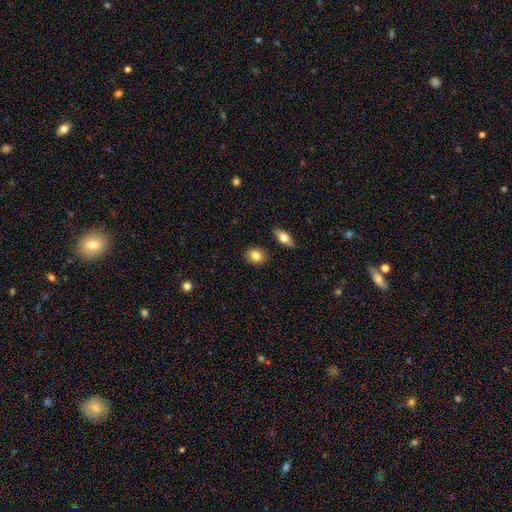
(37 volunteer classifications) Smooth or featured? 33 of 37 (89%) said smooth. How rounded? 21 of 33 (64%) said round. Merging? 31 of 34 (91%) said none.